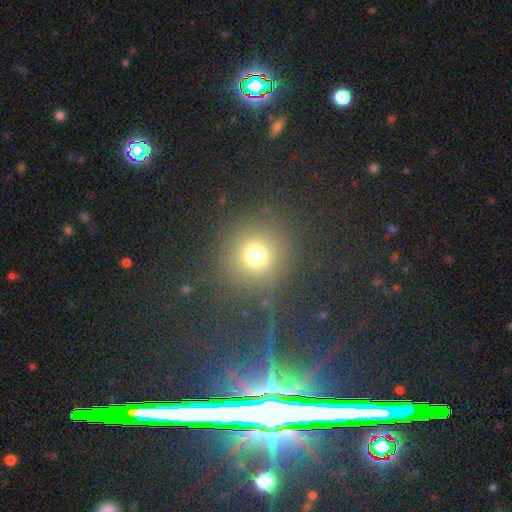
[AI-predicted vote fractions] This appears to be a smooth galaxy with no disk features (72%) that is round (91%). Merging: none (79%).